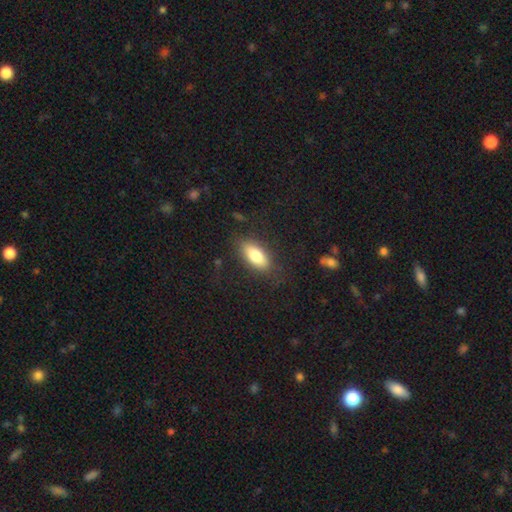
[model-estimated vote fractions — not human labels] smooth_or_featured: smooth (p=0.77) [alt: featured or disk p=0.16]
how_rounded: in between (p=0.83) [alt: cigar-shaped p=0.14]
merging: none (p=0.80) [alt: minor disturbance p=0.13]